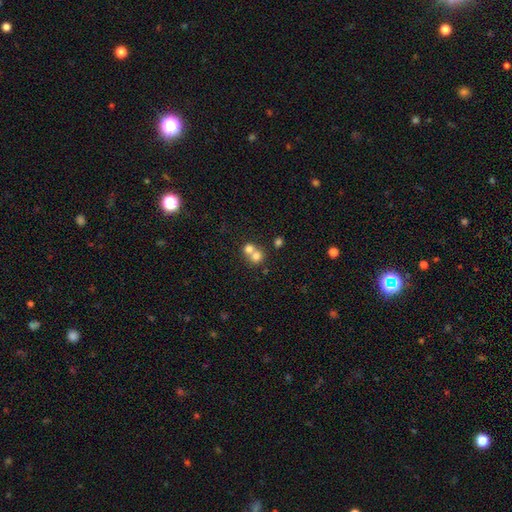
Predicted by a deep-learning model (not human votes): Smooth or featured: smooth — 73% (featured or disk — 16%)
How rounded: round — 81% (in between — 18%)
Merging: merger — 61% (none — 32%)